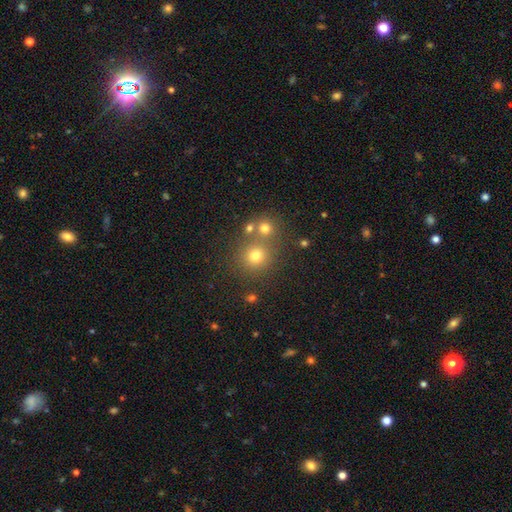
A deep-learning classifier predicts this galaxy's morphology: smooth-or-featured: smooth: 71% | star or artifact: 20% | featured or disk: 10%
  how-rounded: round: 90% | in between: 9% | cigar-shaped: 1%
  merging: none: 67% | merger: 22% | minor disturbance: 8% | major disturbance: 3%